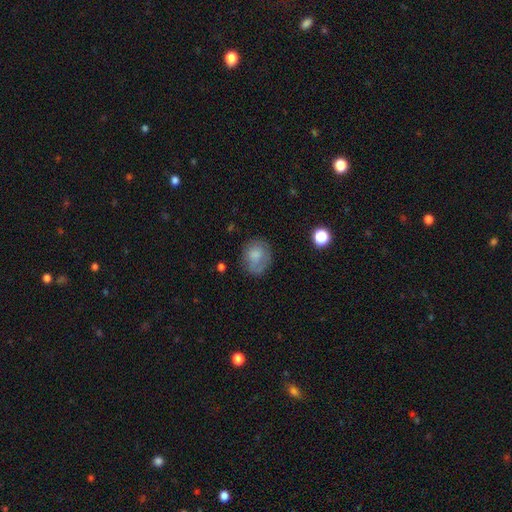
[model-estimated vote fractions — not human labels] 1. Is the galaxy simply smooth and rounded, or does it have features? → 69% smooth, 22% featured or disk, 9% star or artifact.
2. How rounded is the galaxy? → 69% round, 30% in between, 1% cigar-shaped.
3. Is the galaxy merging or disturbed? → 57% none, 25% minor disturbance, 15% major disturbance, 3% merger.